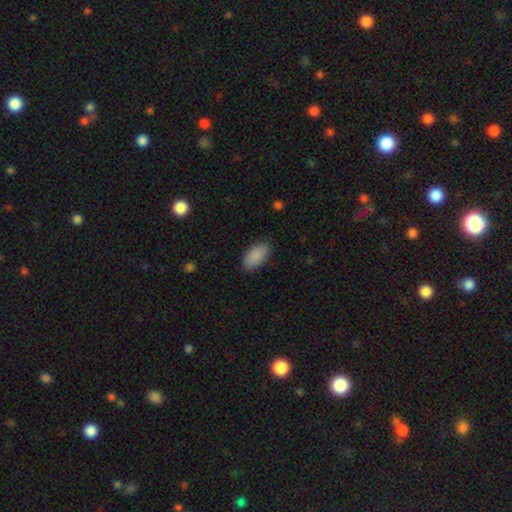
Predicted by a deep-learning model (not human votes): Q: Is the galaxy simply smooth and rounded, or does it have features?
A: smooth — 89%.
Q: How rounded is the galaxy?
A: in between — 94%.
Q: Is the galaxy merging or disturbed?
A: none — 86%.